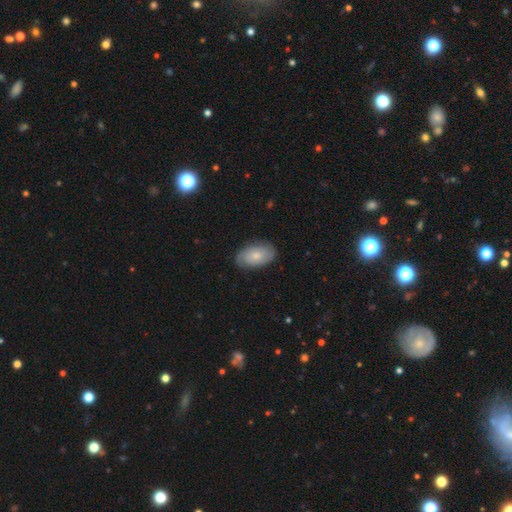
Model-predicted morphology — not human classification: smooth_or_featured: smooth (p=0.51) [alt: featured or disk p=0.43]
how_rounded: in between (p=0.92) [alt: round p=0.06]
merging: none (p=0.80) [alt: minor disturbance p=0.15]